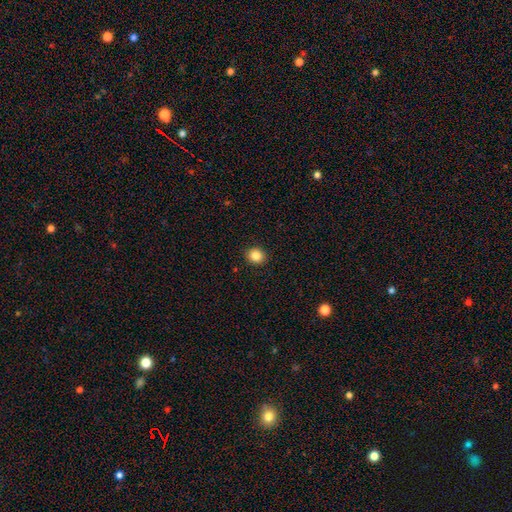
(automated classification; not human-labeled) Overall: smooth (86%). How rounded: round (79%). Merging: none (92%).